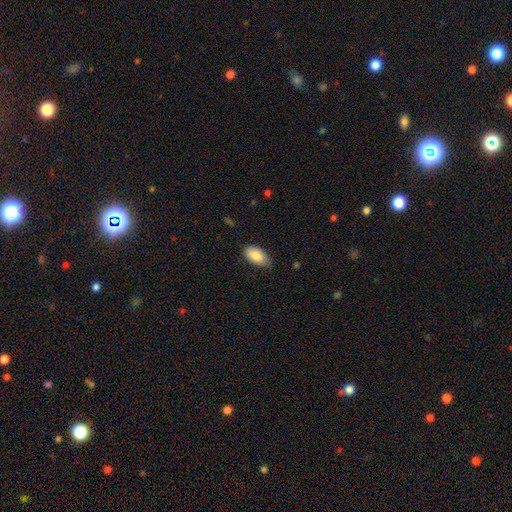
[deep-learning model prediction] Smooth or featured? smooth (84%)
How rounded? in between (95%)
Merging? none (74%)